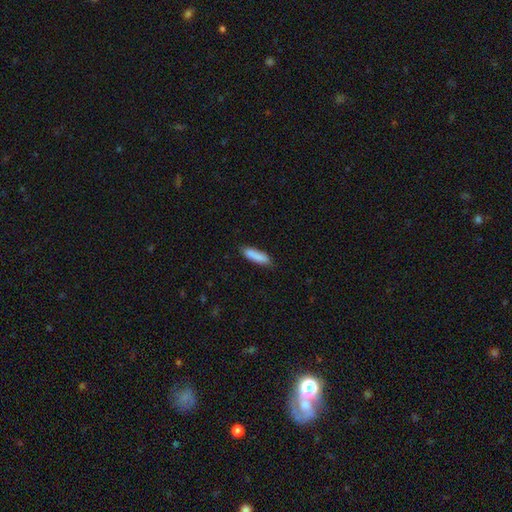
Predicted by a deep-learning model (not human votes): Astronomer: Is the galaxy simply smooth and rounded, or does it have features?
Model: smooth — 86%.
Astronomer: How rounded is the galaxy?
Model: cigar-shaped — 60% (runner-up: in between, 38%).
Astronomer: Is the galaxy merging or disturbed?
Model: none — 80%.